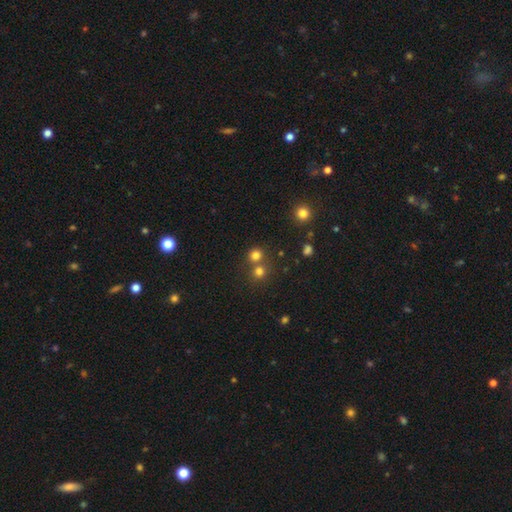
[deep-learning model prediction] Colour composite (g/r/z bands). It shows a smooth galaxy with no disk features (75%) that is round (90%). Merging: none (62%).